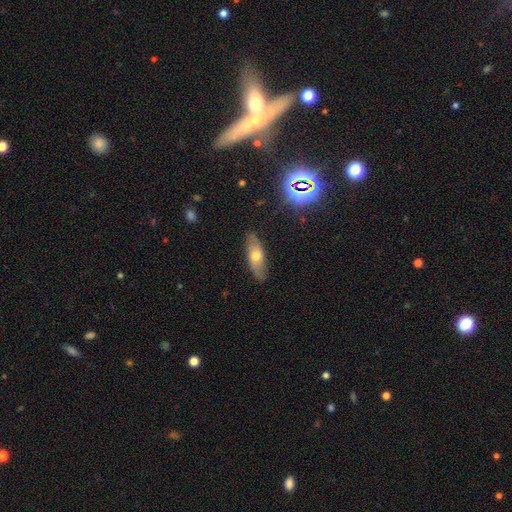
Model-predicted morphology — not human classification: smooth_or_featured: smooth (p=0.50) [alt: featured or disk p=0.39]
merging: none (p=0.83) [alt: minor disturbance p=0.13]